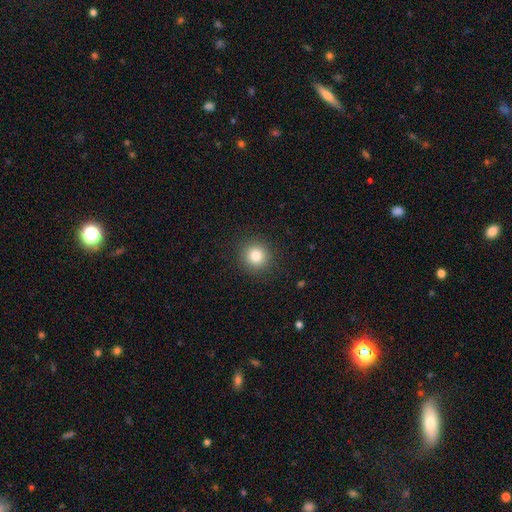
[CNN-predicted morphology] Q: Smooth or featured?
A: smooth (83%); runner-up: star or artifact (11%)
Q: How rounded?
A: round (93%); runner-up: in between (6%)
Q: Merging?
A: none (91%); runner-up: minor disturbance (6%)